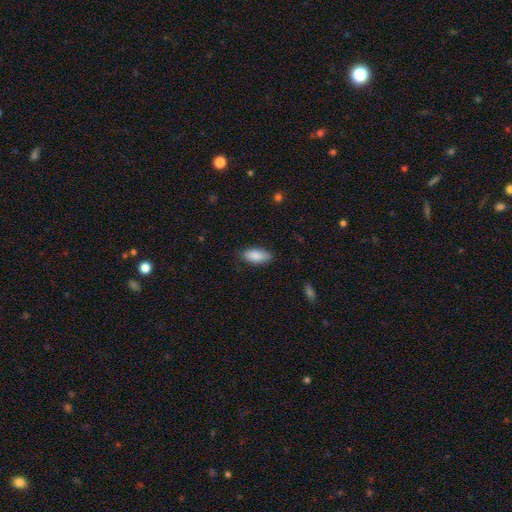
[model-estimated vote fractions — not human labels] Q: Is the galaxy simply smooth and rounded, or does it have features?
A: smooth — 87%.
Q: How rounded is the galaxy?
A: in between — 84%.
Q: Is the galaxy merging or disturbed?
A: none — 80%.